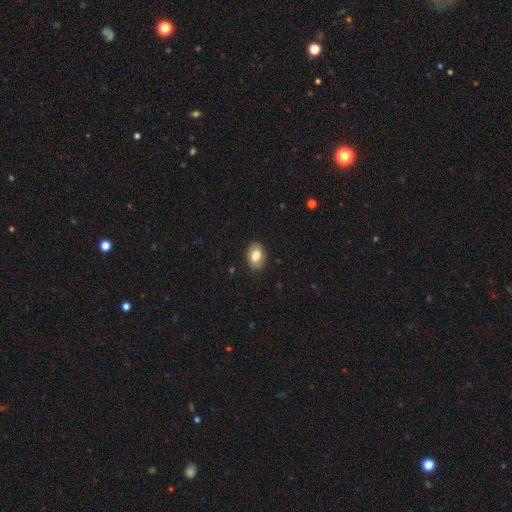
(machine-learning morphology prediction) Smooth or featured? Predicted: smooth (p=0.80). How rounded? Predicted: in between (p=0.87). Merging? Predicted: none (p=0.87).